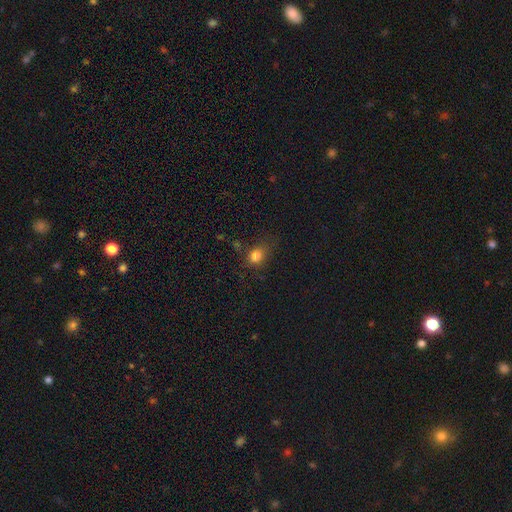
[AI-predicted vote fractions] Morphology: type=smooth (80%); roundness=in between (54%); merging=none (64%).